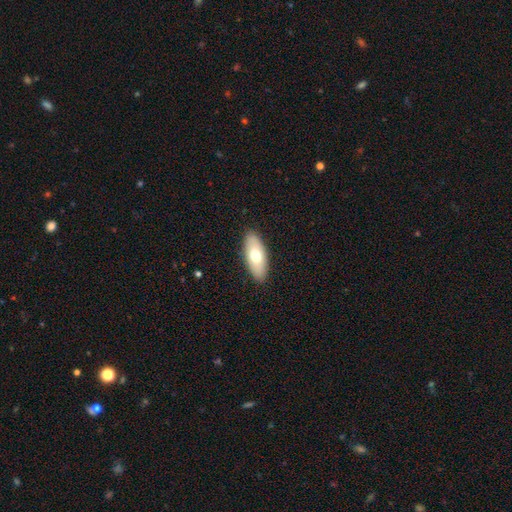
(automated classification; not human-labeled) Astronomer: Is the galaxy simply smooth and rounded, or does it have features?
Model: smooth — 69%.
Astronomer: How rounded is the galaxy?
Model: in between — 84%.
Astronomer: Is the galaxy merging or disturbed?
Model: none — 89%.